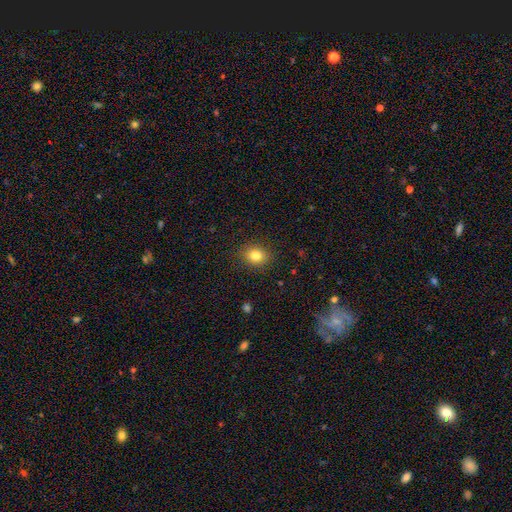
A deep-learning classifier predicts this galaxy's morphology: This appears to be a smooth galaxy with no disk features (82%) that is round (61%). Merging: none (89%).